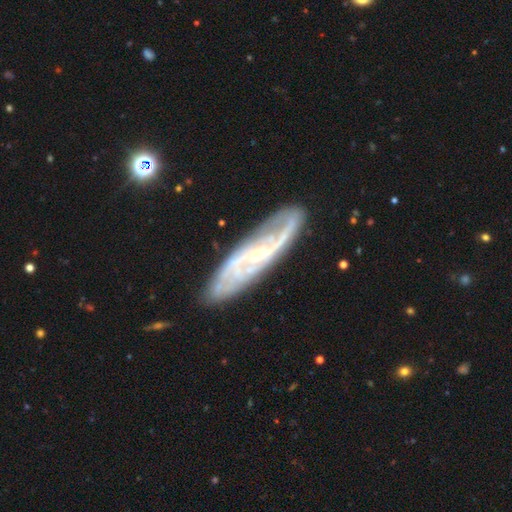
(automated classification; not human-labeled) This is clearly a featured or disk galaxy (84%). It is likely not viewed edge-on (79%). Bar: marginally weak (44%). Spiral arm pattern: clearly yes (94%). Spiral arm count: possibly 2 (55%). Spiral winding: marginally medium (42%). Central bulge: likely small (65%). Merging: clearly none (80%).